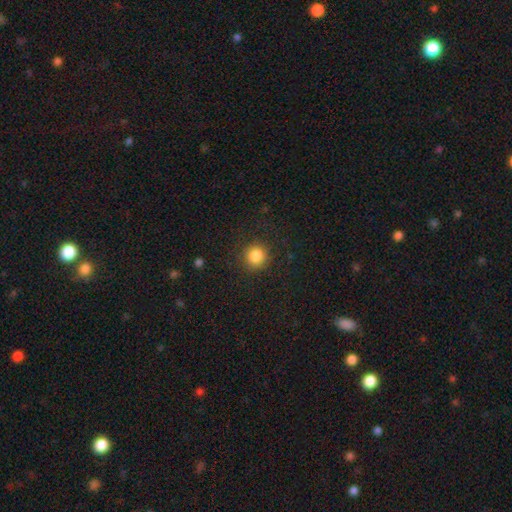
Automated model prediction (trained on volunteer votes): This appears to be a smooth galaxy with no disk features (85%) that is round (92%). Merging: none (88%).